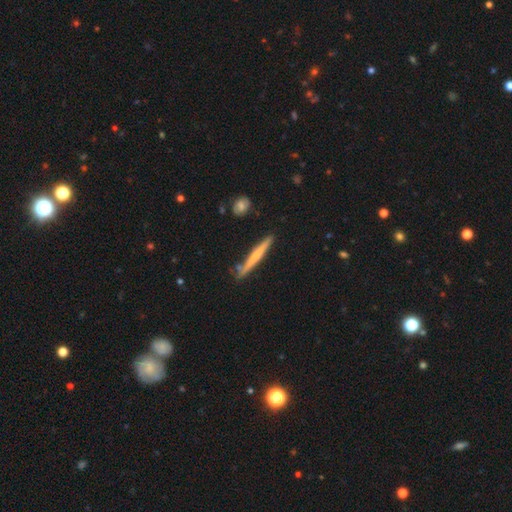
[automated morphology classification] smooth_or_featured: featured or disk (p=0.47) [tied with: smooth p=0.47]
merging: none (p=0.83) [alt: minor disturbance p=0.12]